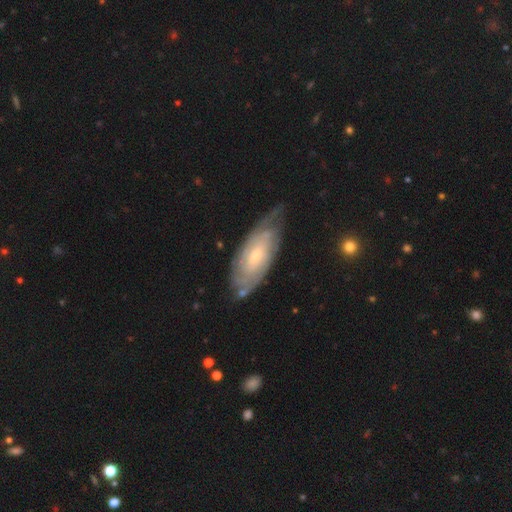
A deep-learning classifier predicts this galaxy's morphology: The model was most divided on "bulge size": small: 54%, moderate: 40%, large: 2%, none: 2%, dominant: 1%. More confident: spiral arms — yes (91%); edge-on disk — no (89%); smooth or featured — featured or disk (76%); spiral winding — tight (71%); merging — none (66%); spiral arm count — can't tell (56%); bar — no (56%).